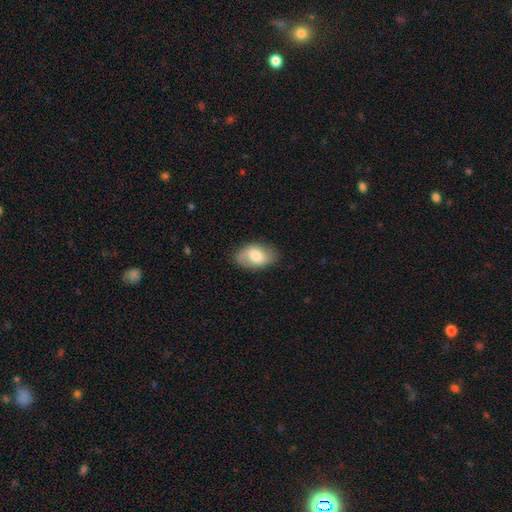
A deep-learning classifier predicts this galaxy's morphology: This is likely a smooth galaxy (67%). How rounded: clearly in between (91%). Merging: likely none (79%).